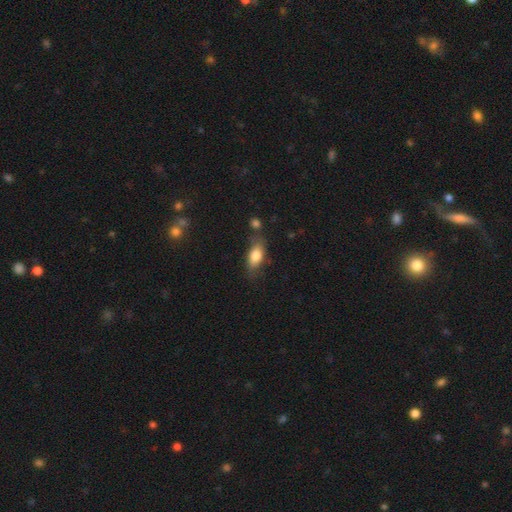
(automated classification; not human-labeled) The model was most divided on "merging": none: 65%, minor disturbance: 21%, merger: 7%, major disturbance: 6%. More confident: how rounded — in between (82%); smooth or featured — smooth (77%).